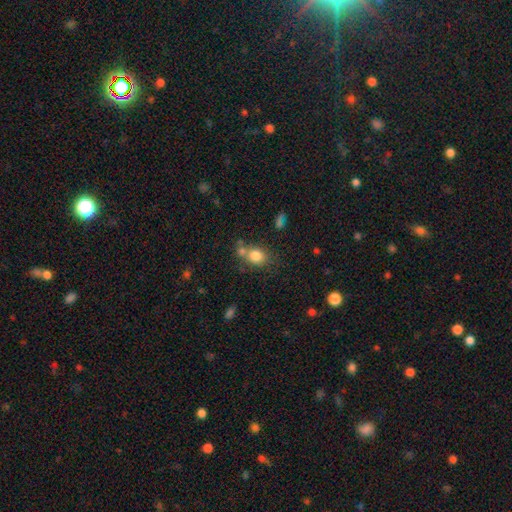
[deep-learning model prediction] The model was most divided on "how rounded": round: 58%, in between: 41%, cigar-shaped: 1%. More confident: smooth or featured — smooth (80%); merging — none (52%).